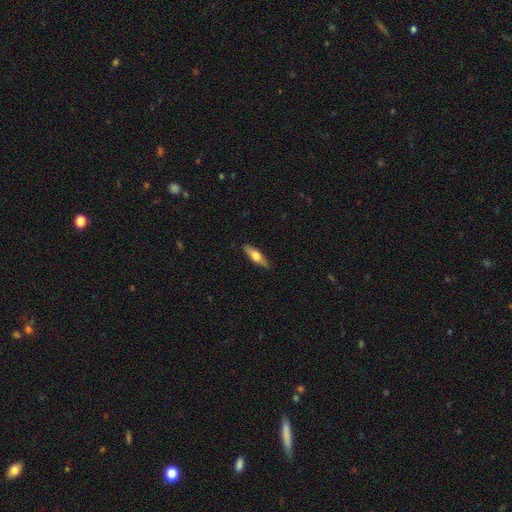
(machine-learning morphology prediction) smooth_or_featured: smooth (p=0.59) [alt: featured or disk p=0.35]
how_rounded: cigar-shaped (p=0.50) [alt: in between p=0.48]
merging: none (p=0.86) [alt: minor disturbance p=0.11]